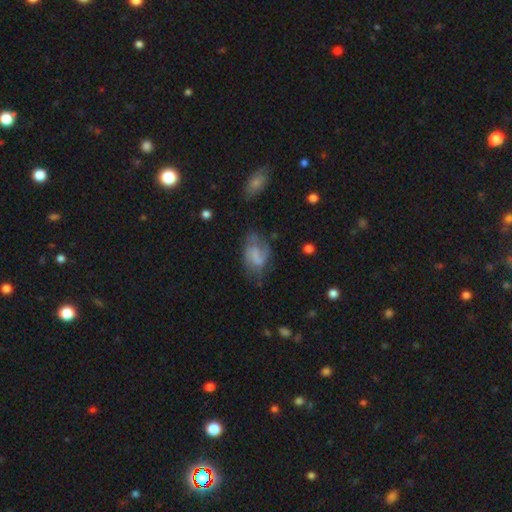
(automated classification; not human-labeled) Q: Smooth or featured?
A: featured or disk (58%); runner-up: smooth (33%)
Q: Edge-on disk?
A: no (97%); runner-up: yes (3%)
Q: Bar?
A: no (45%); runner-up: weak (42%)
Q: Spiral arms?
A: yes (80%); runner-up: no (20%)
Q: Bulge size?
A: none (59%); runner-up: small (20%)
Q: Merging?
A: none (51%); runner-up: minor disturbance (27%)